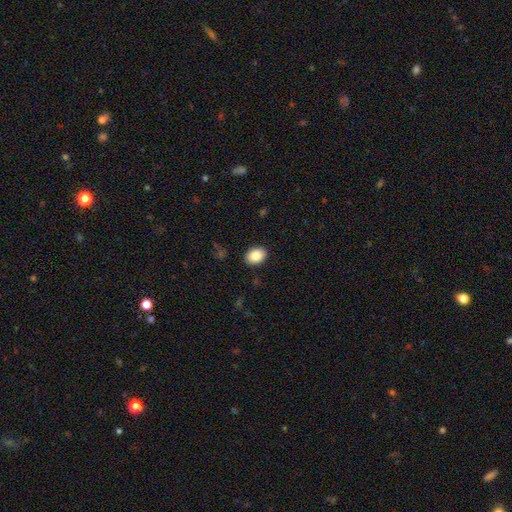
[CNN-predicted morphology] type=smooth (86%); roundness=in between (65%); merging=none (90%).